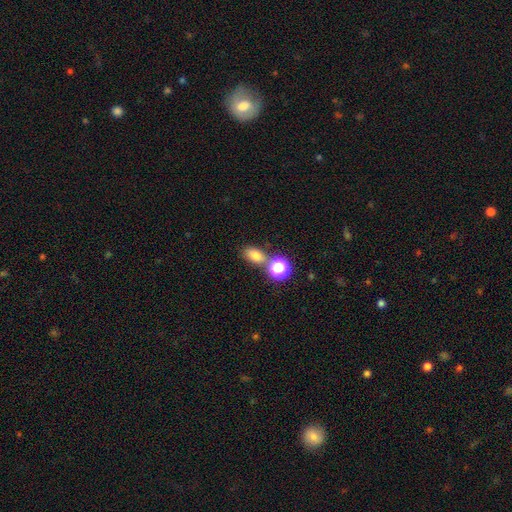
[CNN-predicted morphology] Smooth or featured: smooth — 74% (star or artifact — 18%)
How rounded: in between — 75% (round — 22%)
Merging: none — 66% (merger — 19%)